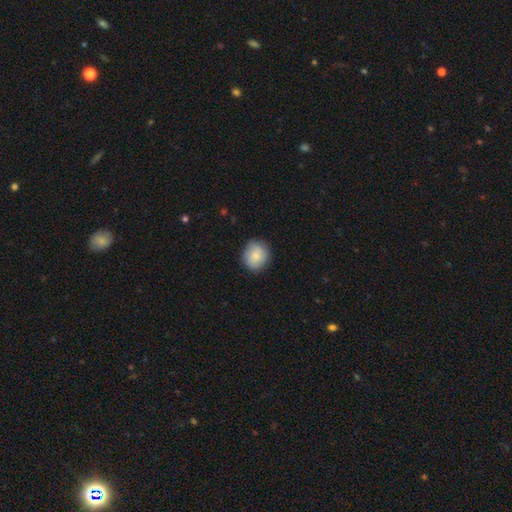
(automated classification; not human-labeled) Q: Smooth or featured?
A: smooth (85%); runner-up: featured or disk (8%)
Q: How rounded?
A: round (77%); runner-up: in between (22%)
Q: Merging?
A: none (84%); runner-up: minor disturbance (12%)